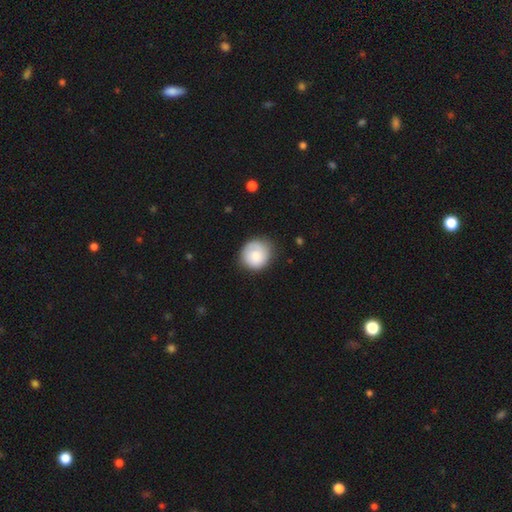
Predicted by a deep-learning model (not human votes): smooth_or_featured: smooth (p=0.76) [alt: featured or disk p=0.18]
how_rounded: round (p=0.87) [alt: in between p=0.12]
merging: none (p=0.75) [alt: minor disturbance p=0.18]